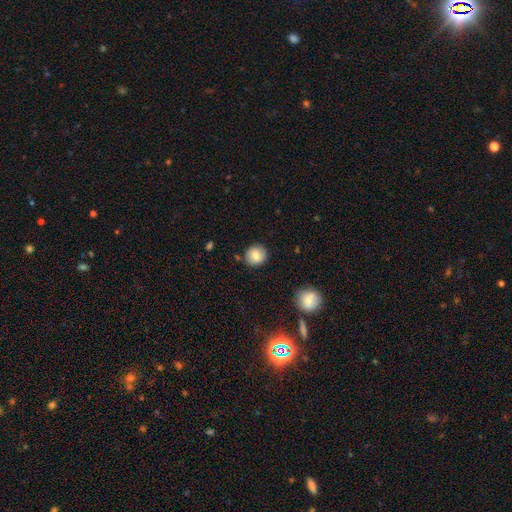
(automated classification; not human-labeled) Smooth or featured? Predicted: smooth (p=0.83). How rounded? Predicted: round (p=0.86). Merging? Predicted: none (p=0.84).